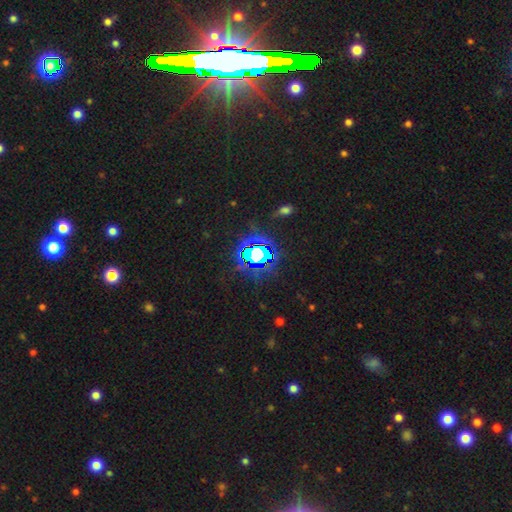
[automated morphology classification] The model was most divided on "smooth or featured": star or artifact: 76%, smooth: 13%, featured or disk: 11%.